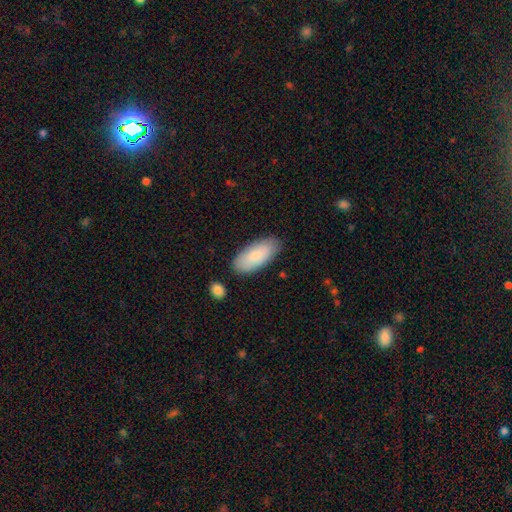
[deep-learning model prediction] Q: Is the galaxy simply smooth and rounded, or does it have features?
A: smooth — 81%.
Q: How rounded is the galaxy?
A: in between — 90%.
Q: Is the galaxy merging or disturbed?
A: none — 83%.